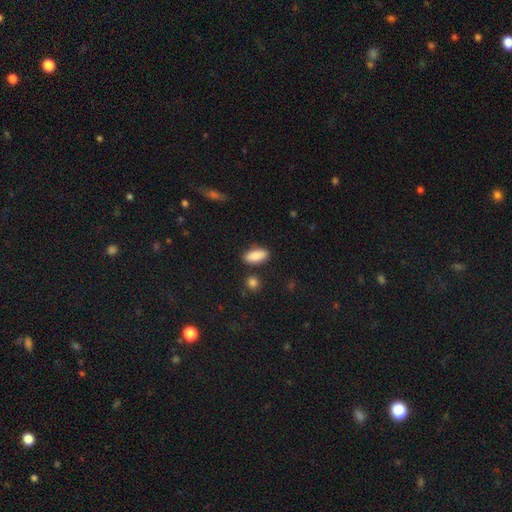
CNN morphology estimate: The model was most divided on "merging": none: 84%, minor disturbance: 10%, merger: 3%, major disturbance: 2%. More confident: how rounded — in between (88%); smooth or featured — smooth (88%).